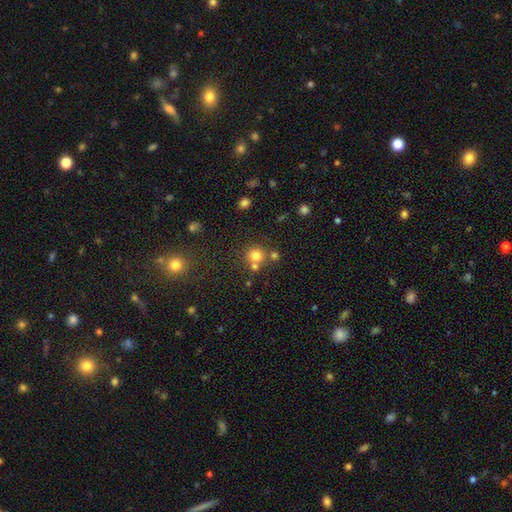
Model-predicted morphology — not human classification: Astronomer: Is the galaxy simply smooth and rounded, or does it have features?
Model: smooth — 75%.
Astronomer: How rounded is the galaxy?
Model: round — 89%.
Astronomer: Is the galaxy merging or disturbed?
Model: none — 61%.